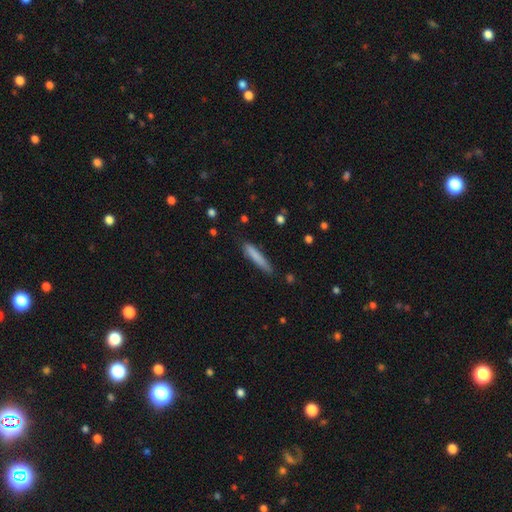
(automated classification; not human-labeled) A smooth galaxy with no disk features (80%) that is cigar-shaped (91%). Merging: none (80%).